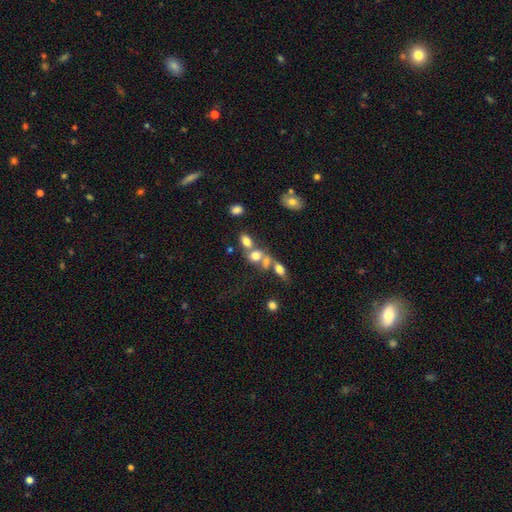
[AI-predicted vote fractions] This is likely a smooth galaxy (68%). How rounded: possibly in between (53%). Merging: possibly merger (53%).